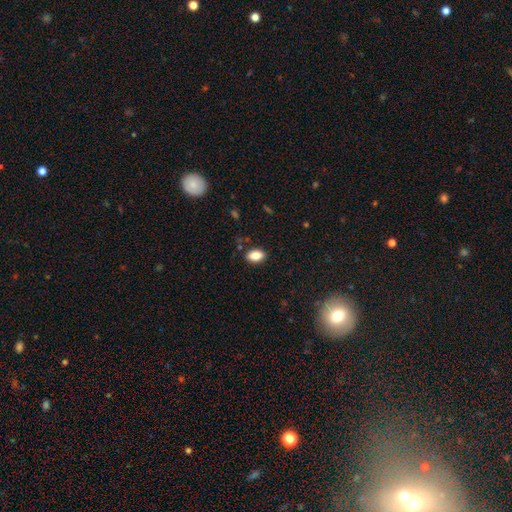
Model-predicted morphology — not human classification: This is clearly a smooth galaxy (85%). How rounded: clearly in between (89%). Merging: clearly none (87%).